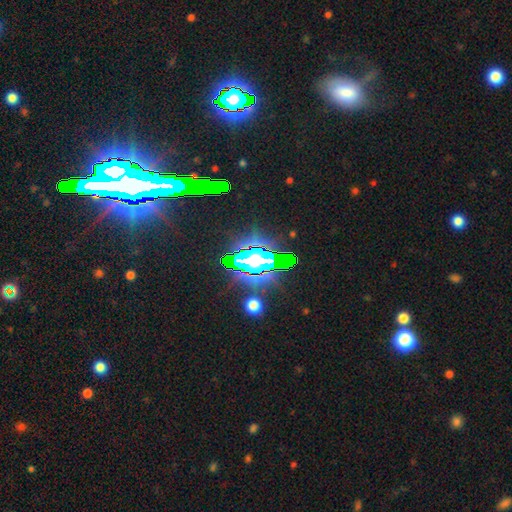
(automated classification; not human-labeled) This appears to be a star or artifact, not a galaxy (70%).